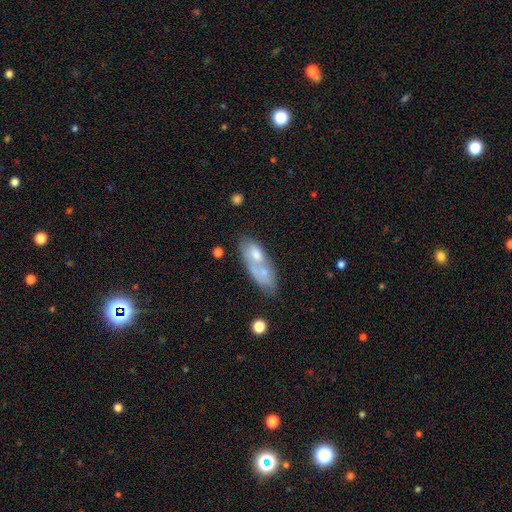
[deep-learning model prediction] A smooth galaxy with no disk features (59%) that is in between round and cigar-shaped (72%).

Vote fractions:
- Smooth or featured? smooth: 59% / featured or disk: 34% / star or artifact: 8%
- How rounded? in between: 72% / cigar-shaped: 22% / round: 6%
- Merging? merger: 50% / none: 28% / minor disturbance: 14% / major disturbance: 9%